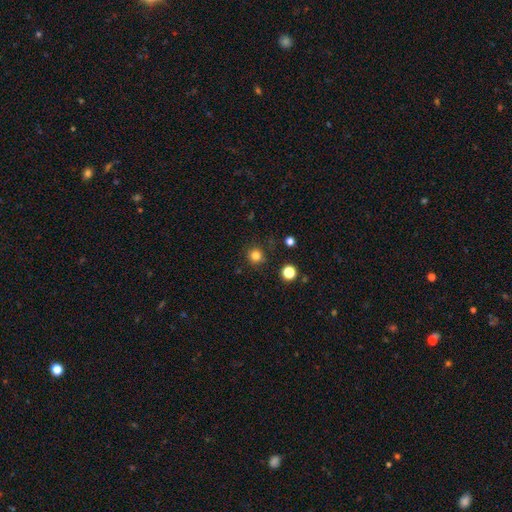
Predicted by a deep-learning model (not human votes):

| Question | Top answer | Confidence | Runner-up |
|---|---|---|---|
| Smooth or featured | smooth | 82% | star or artifact (14%) |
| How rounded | round | 94% | in between (5%) |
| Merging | none | 88% | minor disturbance (7%) |